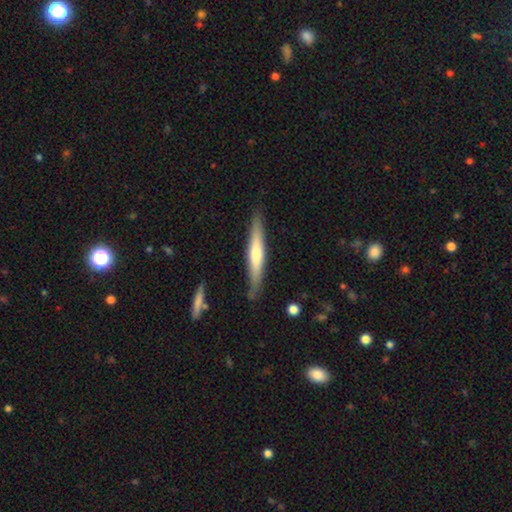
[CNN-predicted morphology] This appears to be a featured or disk galaxy (48%). Merging: none (84%).